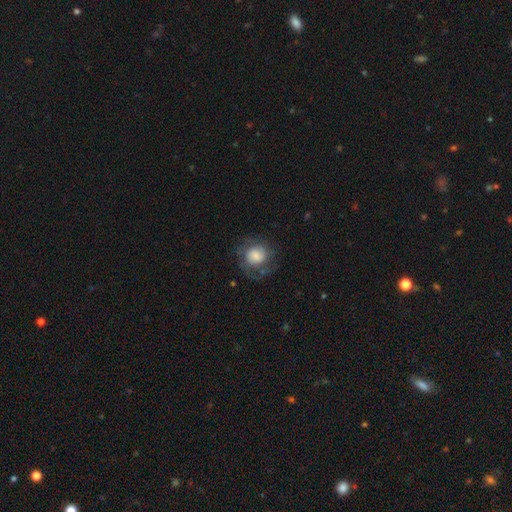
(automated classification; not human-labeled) Smooth or featured? Predicted: smooth (p=0.53). How rounded? Predicted: round (p=0.81). Merging? Predicted: none (p=0.63).